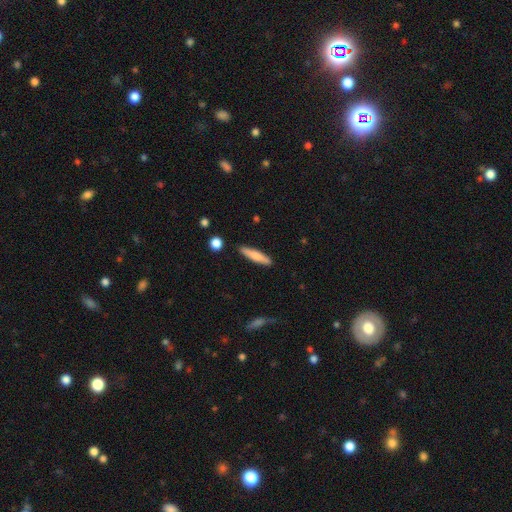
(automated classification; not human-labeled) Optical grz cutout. It shows a smooth galaxy with no disk features (74%) that is cigar-shaped (84%). Merging: none (87%).